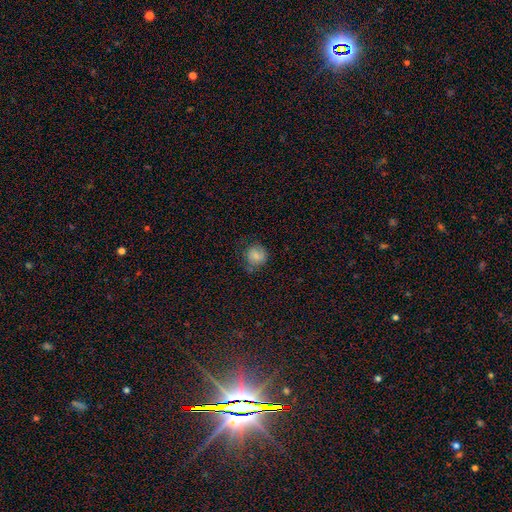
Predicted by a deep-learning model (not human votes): smooth_or_featured: smooth (p=0.80) [alt: star or artifact p=0.10]
how_rounded: round (p=0.83) [alt: in between p=0.16]
merging: none (p=0.62) [alt: minor disturbance p=0.26]